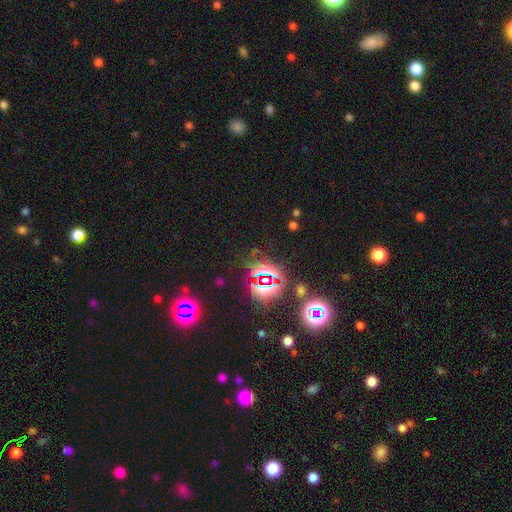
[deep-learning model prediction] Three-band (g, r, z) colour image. It shows a star or artifact, not a galaxy (78%).